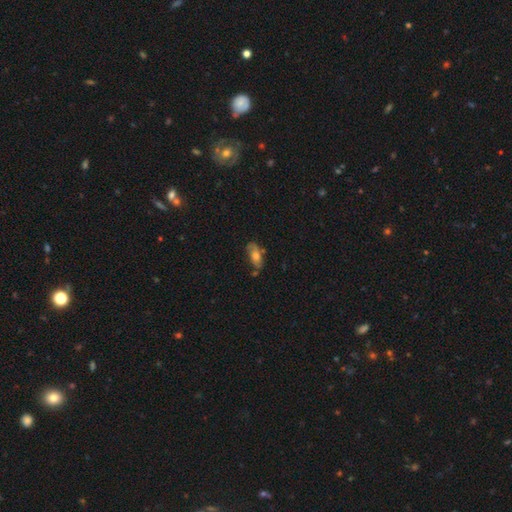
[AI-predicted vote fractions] The model was most divided on "smooth or featured": smooth: 54%, featured or disk: 37%, star or artifact: 9%. More confident: how rounded — in between (84%); merging — none (60%).